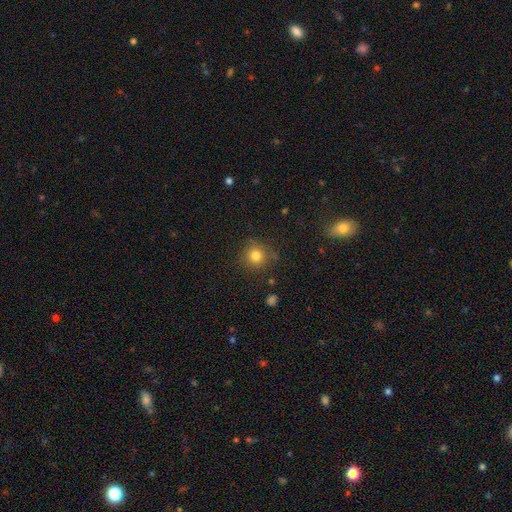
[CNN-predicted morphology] This is clearly a smooth galaxy (80%). How rounded: clearly round (93%). Merging: clearly none (84%).